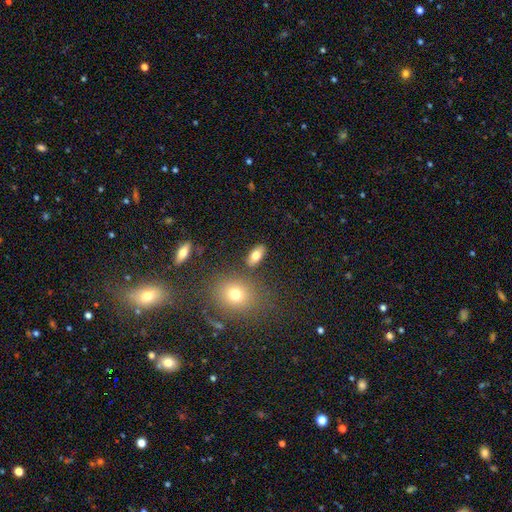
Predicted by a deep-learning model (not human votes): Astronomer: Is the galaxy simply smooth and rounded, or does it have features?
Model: smooth — 77%.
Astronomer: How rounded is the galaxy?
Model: in between — 89%.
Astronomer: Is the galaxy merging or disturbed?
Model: none — 82%.